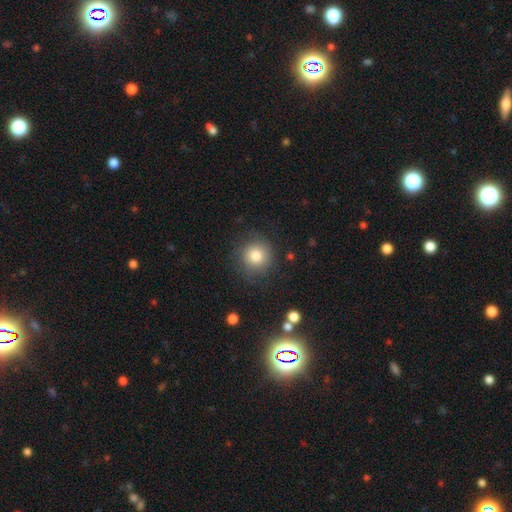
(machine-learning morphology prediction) Overall: smooth (81%). How rounded: round (92%). Merging: none (79%).